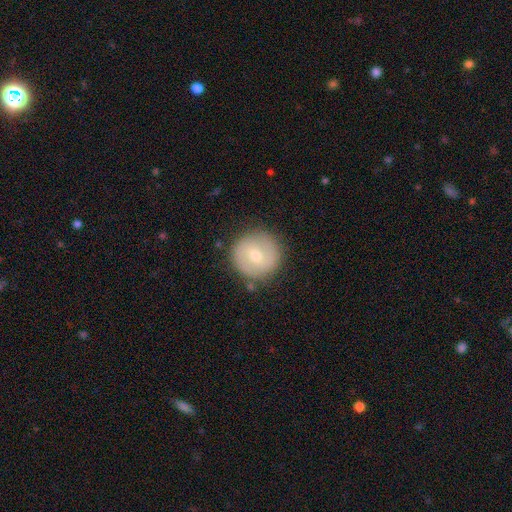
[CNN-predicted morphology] This is possibly a smooth galaxy (54%). How rounded: clearly round (94%). Merging: clearly none (84%).